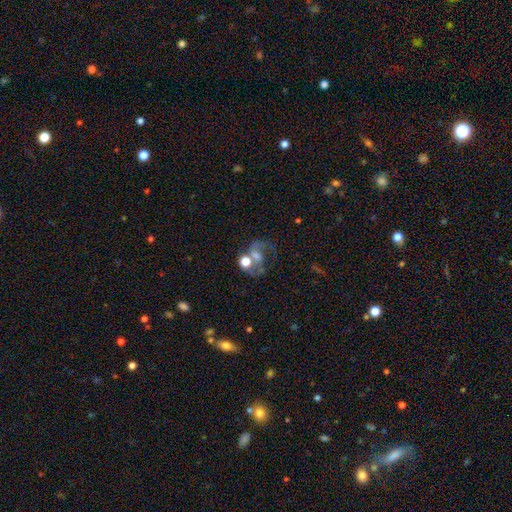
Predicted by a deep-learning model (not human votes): The model was most divided on "merging": none: 36%, merger: 27%, major disturbance: 24%, minor disturbance: 14%. Remaining: edge-on disk — no (97%); spiral arms — yes (74%); smooth or featured — featured or disk (63%); bar — no (59%); bulge size — moderate (46%).